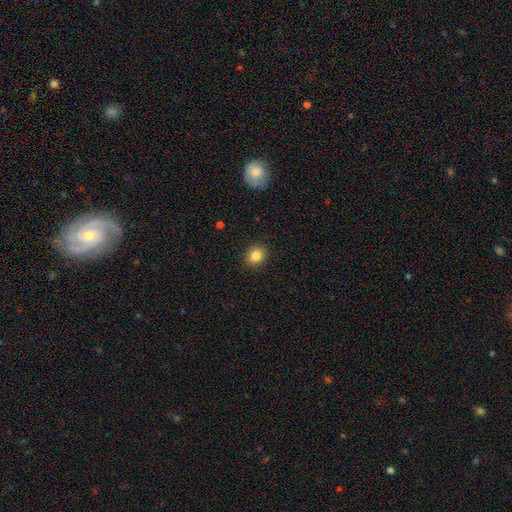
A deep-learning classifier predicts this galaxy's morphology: This is clearly a smooth galaxy (84%). How rounded: likely round (71%). Merging: clearly none (90%).